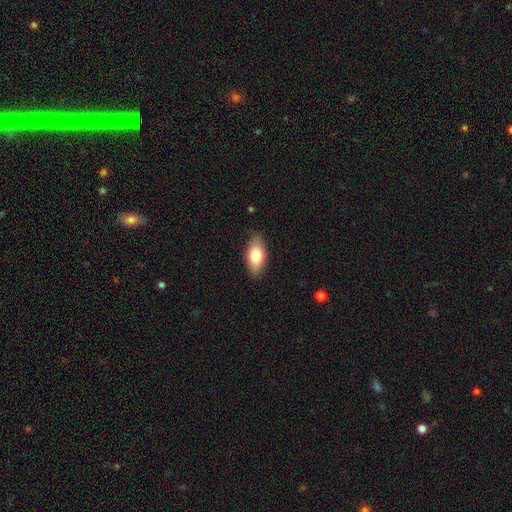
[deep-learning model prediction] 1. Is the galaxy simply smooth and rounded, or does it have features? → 78% smooth, 16% featured or disk, 7% star or artifact.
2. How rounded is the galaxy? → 89% in between, 8% cigar-shaped, 4% round.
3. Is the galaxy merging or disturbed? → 85% none, 12% minor disturbance, 2% major disturbance, 1% merger.